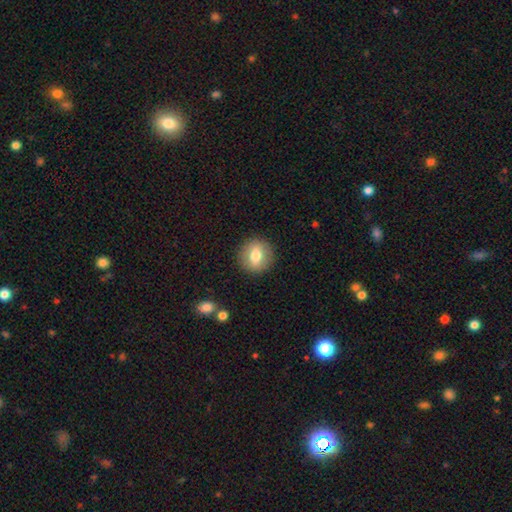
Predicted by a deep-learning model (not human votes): Smooth or featured? smooth (71%)
How rounded? round (86%)
Merging? none (90%)